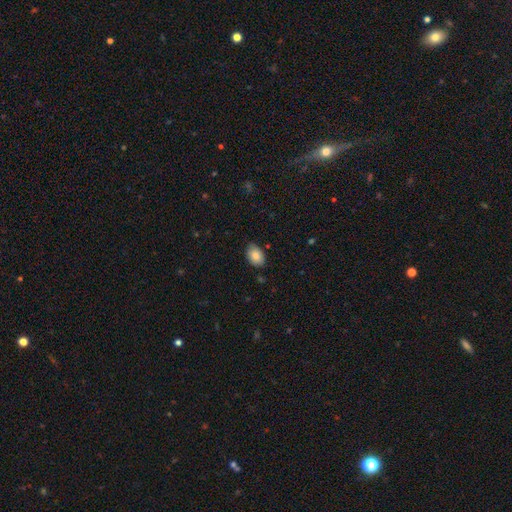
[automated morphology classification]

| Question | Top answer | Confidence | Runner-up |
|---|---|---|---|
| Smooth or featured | smooth | 83% | featured or disk (9%) |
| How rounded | in between | 82% | round (17%) |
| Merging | none | 79% | minor disturbance (18%) |